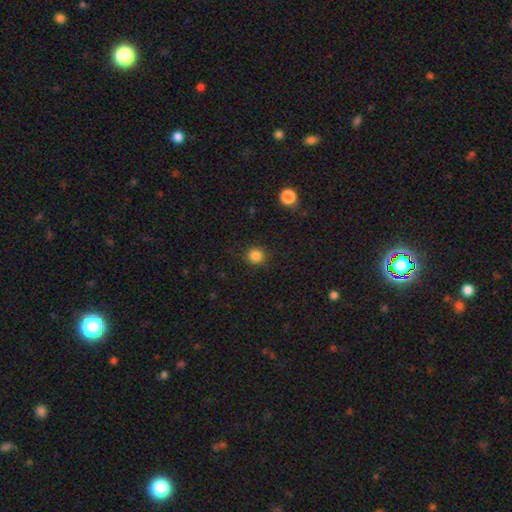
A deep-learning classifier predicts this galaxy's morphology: The model was most divided on "smooth or featured": smooth: 84%, star or artifact: 12%, featured or disk: 4%. More confident: how rounded — round (91%); merging — none (88%).